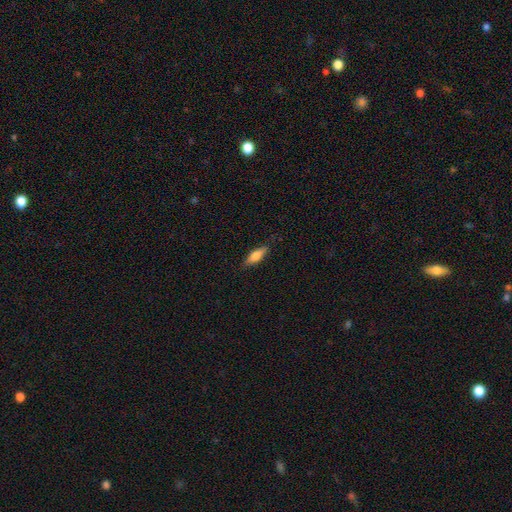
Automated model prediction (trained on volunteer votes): Smooth or featured?
  - smooth: 66% *
  - featured or disk: 28%
  - star or artifact: 6%
How rounded?
  - cigar-shaped: 52% *
  - in between: 46%
  - round: 2%
Merging?
  - none: 84% *
  - minor disturbance: 12%
  - major disturbance: 2%
  - merger: 1%